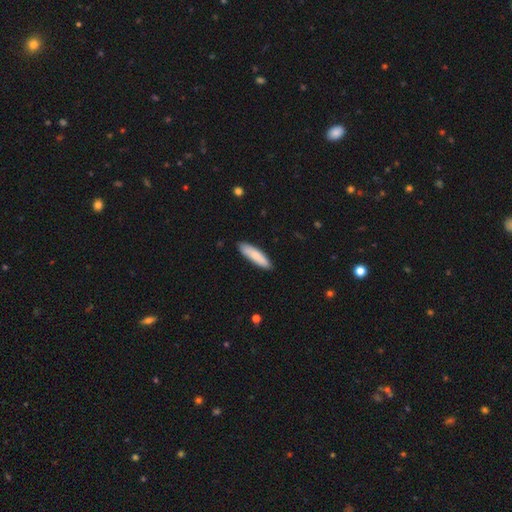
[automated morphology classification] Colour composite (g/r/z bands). It shows a smooth galaxy with no disk features (81%) that is cigar-shaped (71%). Merging: none (87%).